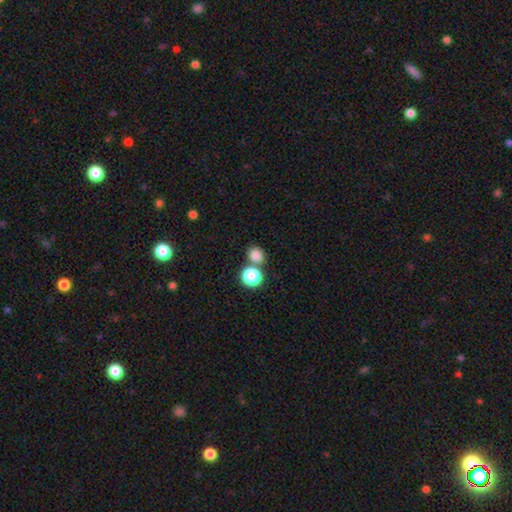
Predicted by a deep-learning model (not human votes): Smooth or featured: smooth — 79% (star or artifact — 16%)
How rounded: round — 79% (in between — 20%)
Merging: none — 68% (merger — 21%)